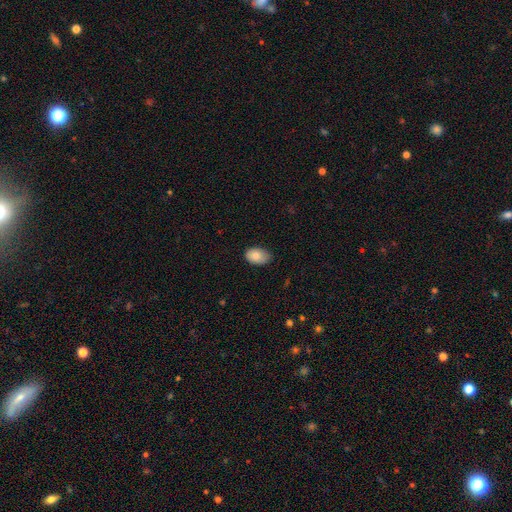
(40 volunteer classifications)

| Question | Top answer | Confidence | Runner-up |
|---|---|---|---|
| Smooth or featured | smooth | 92% | featured or disk (5%) |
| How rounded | in between | 92% | round (8%) |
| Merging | none | 59% | minor disturbance (36%) |